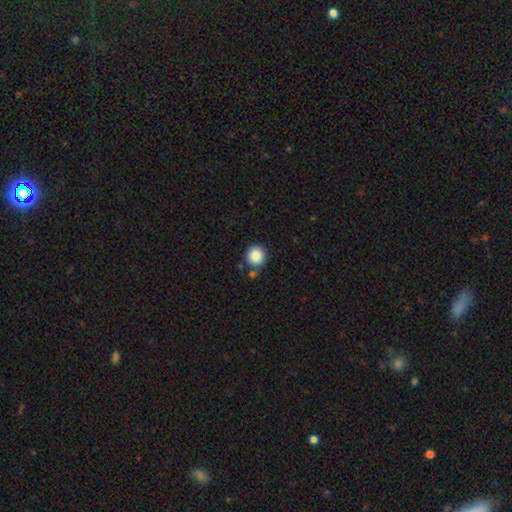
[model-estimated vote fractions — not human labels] Smooth or featured?
  - smooth: 87% *
  - star or artifact: 9%
  - featured or disk: 4%
How rounded?
  - round: 93% *
  - in between: 6%
  - cigar-shaped: 1%
Merging?
  - none: 81% *
  - minor disturbance: 9%
  - merger: 7%
  - major disturbance: 3%